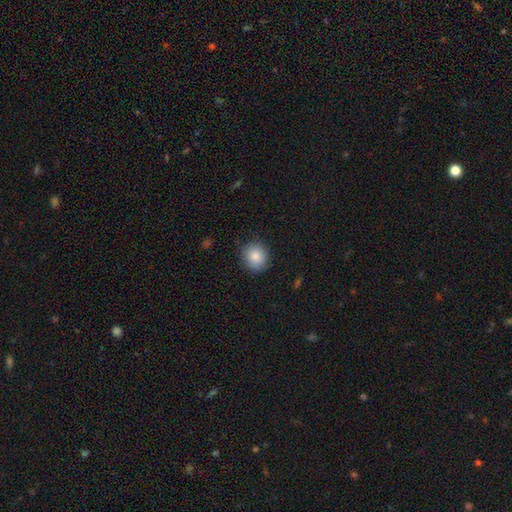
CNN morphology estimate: smooth 85%, star or artifact 9%, featured or disk 6%. Down the decision tree: how rounded — round (83%); merging — none (88%).